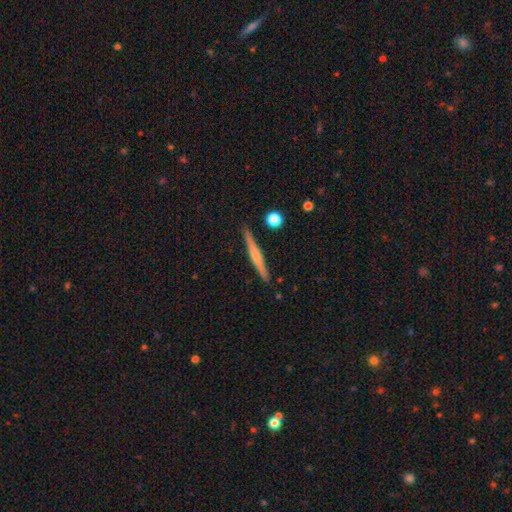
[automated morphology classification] smooth_or_featured: featured or disk (p=0.54) [alt: smooth p=0.40]
disk_edge_on: yes (p=0.97) [alt: no p=0.03]
edge_on_bulge: rounded (p=0.52) [alt: none p=0.33]
merging: none (p=0.89) [alt: minor disturbance p=0.07]